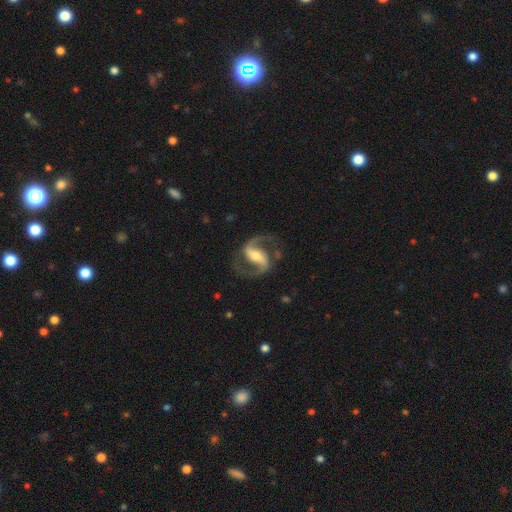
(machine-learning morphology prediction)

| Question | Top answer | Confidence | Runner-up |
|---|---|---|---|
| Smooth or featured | featured or disk | 91% | smooth (5%) |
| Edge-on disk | no | 97% | yes (3%) |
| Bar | strong | 54% | weak (31%) |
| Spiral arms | yes | 97% | no (3%) |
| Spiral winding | medium | 58% | loose (30%) |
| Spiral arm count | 2 | 94% | 1 (2%) |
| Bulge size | moderate | 57% | small (31%) |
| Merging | none | 79% | minor disturbance (12%) |